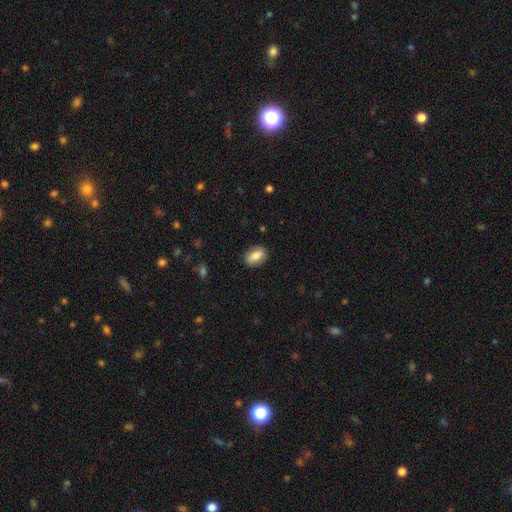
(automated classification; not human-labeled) A smooth galaxy with no disk features (77%) that is in between round and cigar-shaped (81%). Merging: none (86%).